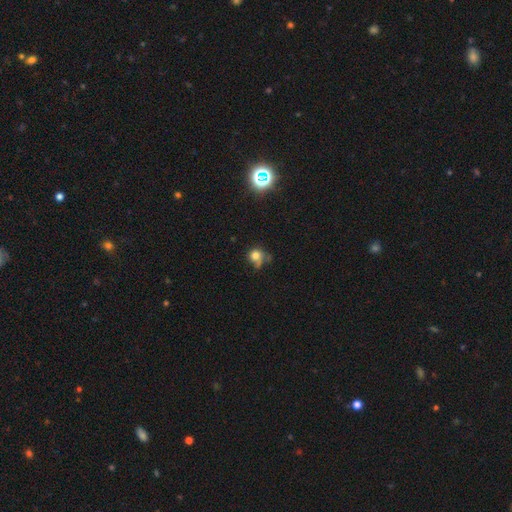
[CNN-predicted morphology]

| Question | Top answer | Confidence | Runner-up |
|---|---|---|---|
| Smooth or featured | smooth | 73% | star or artifact (15%) |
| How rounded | round | 81% | in between (18%) |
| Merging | none | 46% | minor disturbance (24%) |